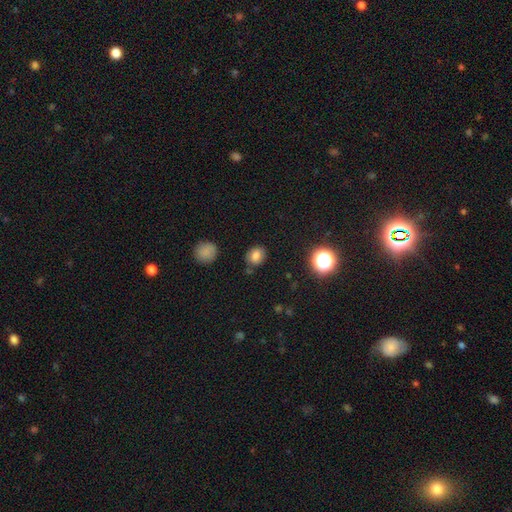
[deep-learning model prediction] Q: Smooth or featured?
A: smooth (78%); runner-up: star or artifact (14%)
Q: How rounded?
A: round (56%); runner-up: in between (43%)
Q: Merging?
A: none (77%); runner-up: minor disturbance (15%)